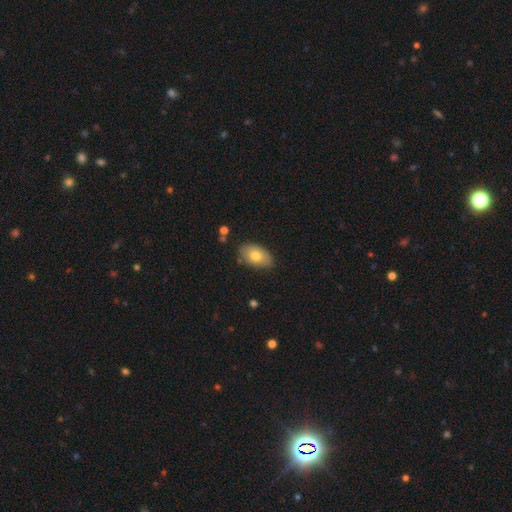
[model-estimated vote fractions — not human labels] Q: Smooth or featured?
A: smooth (74%); runner-up: featured or disk (19%)
Q: How rounded?
A: in between (92%); runner-up: round (6%)
Q: Merging?
A: none (79%); runner-up: minor disturbance (16%)